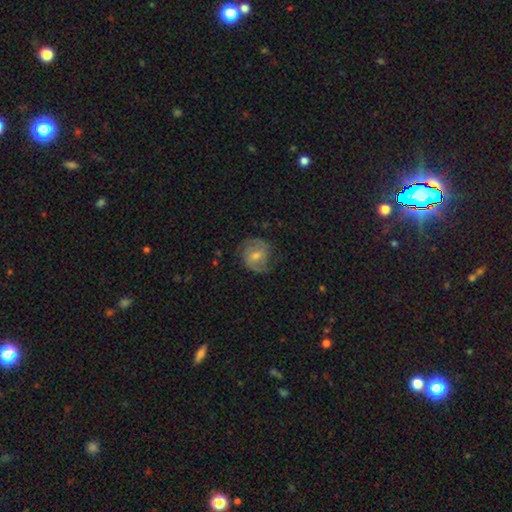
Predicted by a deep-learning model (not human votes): Morphology: type=featured or disk (58%); edge-on=no (97%); bar=no (45%); spiral arms=yes (84%); bulge=moderate (53%); merging=none (70%).